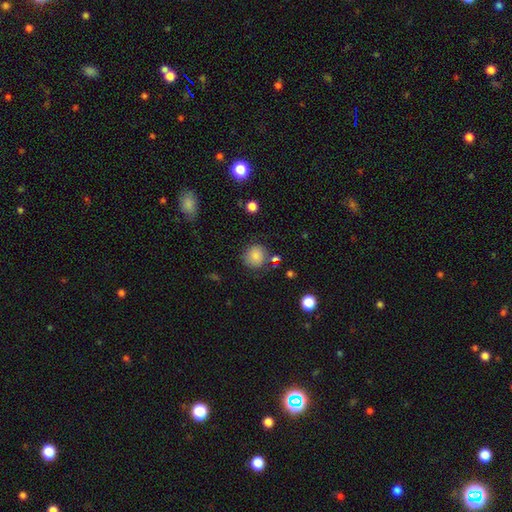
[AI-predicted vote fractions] smooth-or-featured: smooth: 83% | star or artifact: 10% | featured or disk: 7%
  how-rounded: round: 88% | in between: 12% | cigar-shaped: 1%
  merging: none: 78% | minor disturbance: 14% | major disturbance: 4% | merger: 4%